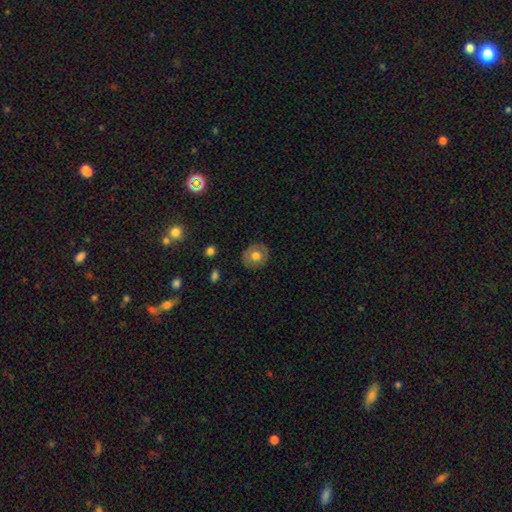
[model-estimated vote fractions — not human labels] smooth 67%, featured or disk 25%, star or artifact 8%. Down the decision tree: how rounded — round (83%); merging — none (86%).